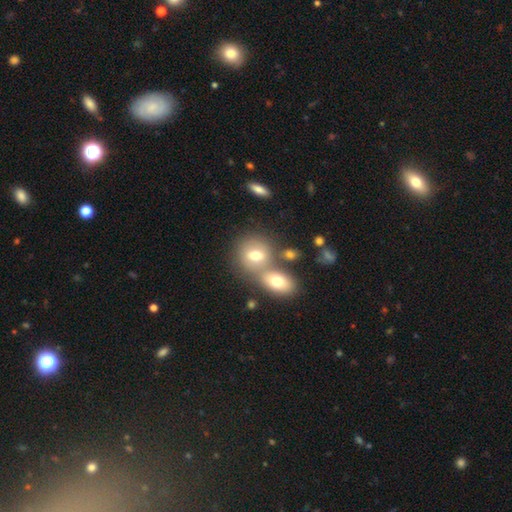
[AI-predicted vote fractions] The model was most divided on "merging": none: 43%, merger: 42%, minor disturbance: 11%, major disturbance: 4%. More confident: smooth or featured — smooth (67%); how rounded — round (57%).